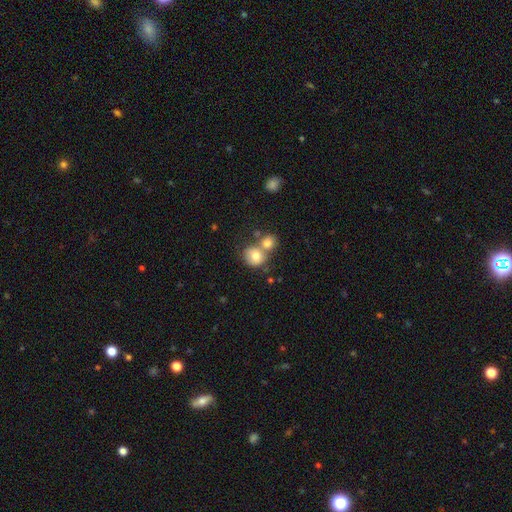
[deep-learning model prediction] smooth-or-featured: smooth: 75% | featured or disk: 15% | star or artifact: 10%
  how-rounded: round: 79% | in between: 20% | cigar-shaped: 1%
  merging: merger: 49% | none: 38% | minor disturbance: 9% | major disturbance: 4%